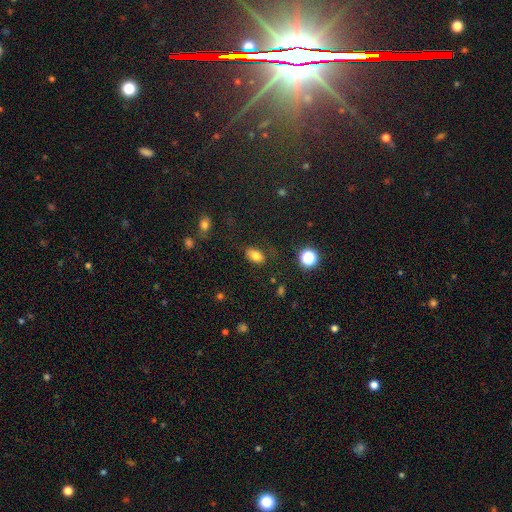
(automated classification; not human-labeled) A smooth galaxy with no disk features (78%) that is in between round and cigar-shaped (87%).

Vote fractions:
- Smooth or featured? smooth: 78% / star or artifact: 12% / featured or disk: 10%
- How rounded? in between: 87% / round: 11% / cigar-shaped: 2%
- Merging? none: 81% / minor disturbance: 13% / major disturbance: 4% / merger: 2%